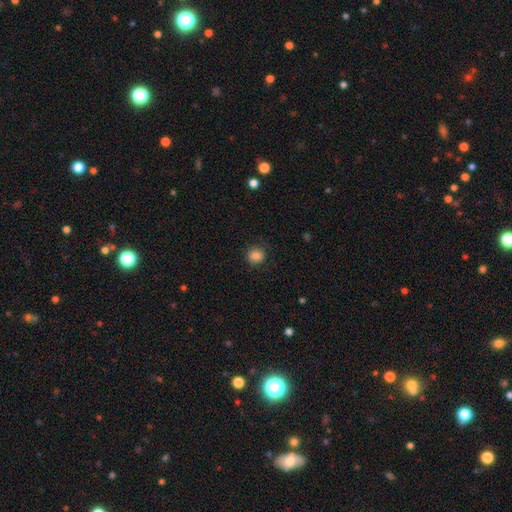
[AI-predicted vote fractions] This is clearly a smooth galaxy (85%). How rounded: likely round (76%). Merging: clearly none (82%).